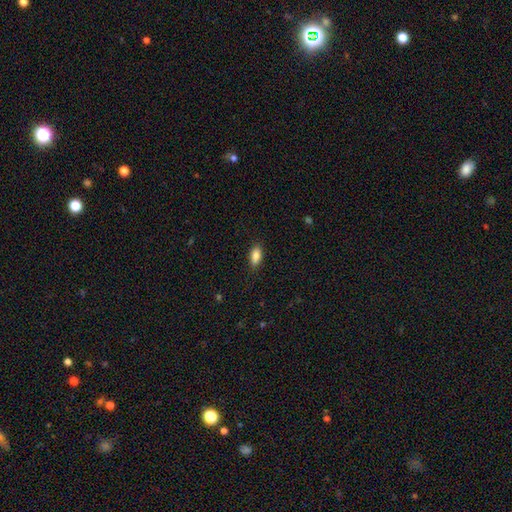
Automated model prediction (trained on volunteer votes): smooth-or-featured: smooth: 86% | star or artifact: 8% | featured or disk: 7%
  how-rounded: in between: 89% | cigar-shaped: 7% | round: 4%
  merging: none: 83% | minor disturbance: 13% | major disturbance: 3% | merger: 1%